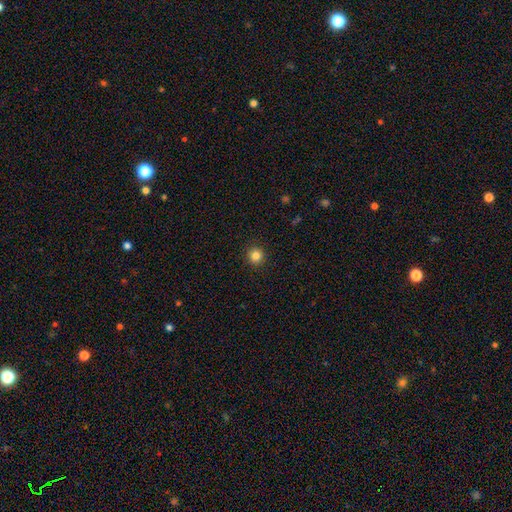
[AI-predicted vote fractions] Q: Smooth or featured?
A: smooth (84%); runner-up: star or artifact (12%)
Q: How rounded?
A: round (95%); runner-up: in between (4%)
Q: Merging?
A: none (93%); runner-up: minor disturbance (5%)